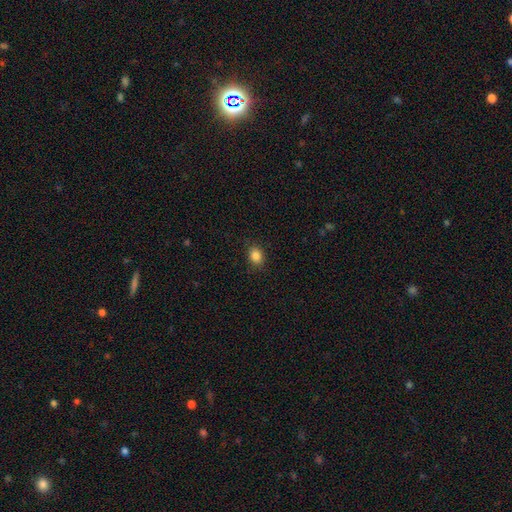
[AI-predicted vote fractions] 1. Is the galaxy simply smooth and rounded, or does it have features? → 86% smooth, 10% star or artifact, 4% featured or disk.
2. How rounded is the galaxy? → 56% in between, 43% round, 1% cigar-shaped.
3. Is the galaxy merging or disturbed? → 86% none, 10% minor disturbance, 3% major disturbance, 1% merger.